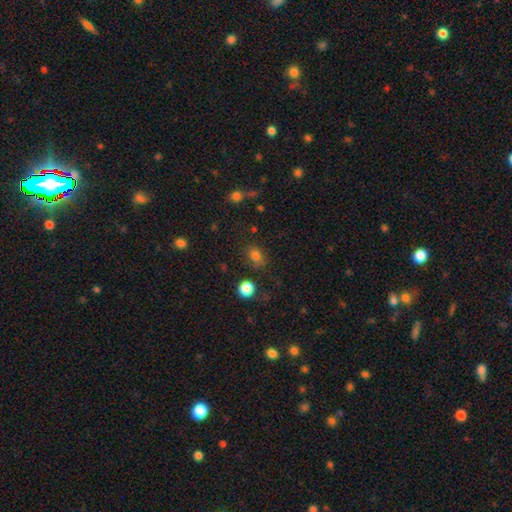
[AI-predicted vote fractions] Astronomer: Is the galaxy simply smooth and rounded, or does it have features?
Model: smooth — 79%.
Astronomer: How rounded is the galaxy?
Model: in between — 66%.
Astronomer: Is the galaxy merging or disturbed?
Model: none — 75%.